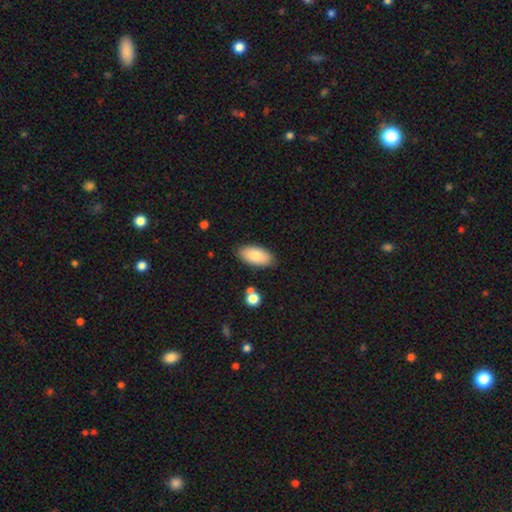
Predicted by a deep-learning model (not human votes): Q: Smooth or featured?
A: smooth (82%); runner-up: featured or disk (12%)
Q: How rounded?
A: in between (93%); runner-up: cigar-shaped (4%)
Q: Merging?
A: none (85%); runner-up: minor disturbance (11%)